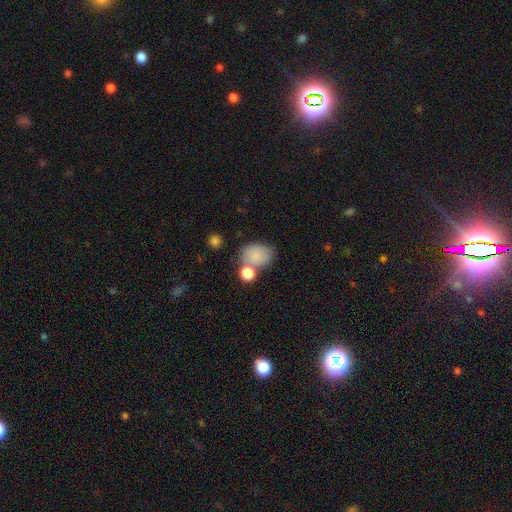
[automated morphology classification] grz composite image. It shows a smooth galaxy with no disk features (80%) that is in between round and cigar-shaped (65%). Merging: none (50%).